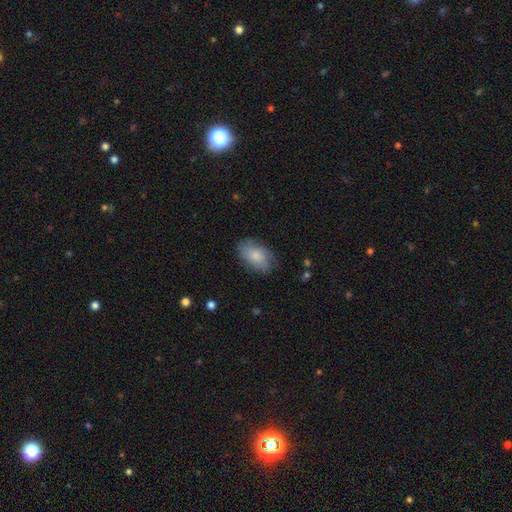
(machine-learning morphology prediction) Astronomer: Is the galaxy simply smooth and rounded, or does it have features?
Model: smooth — 76%.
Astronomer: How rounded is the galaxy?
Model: in between — 91%.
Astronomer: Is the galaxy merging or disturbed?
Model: none — 76%.